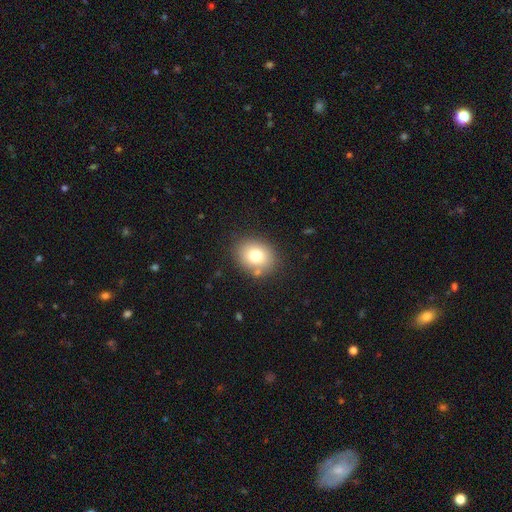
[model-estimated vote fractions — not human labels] Overall: smooth (77%). How rounded: round (53%; in between 46%). Merging: none (82%).